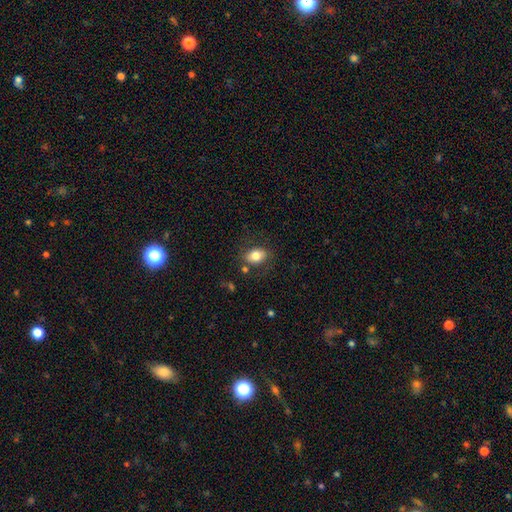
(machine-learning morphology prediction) type=smooth (79%); roundness=in between (75%); merging=none (77%).